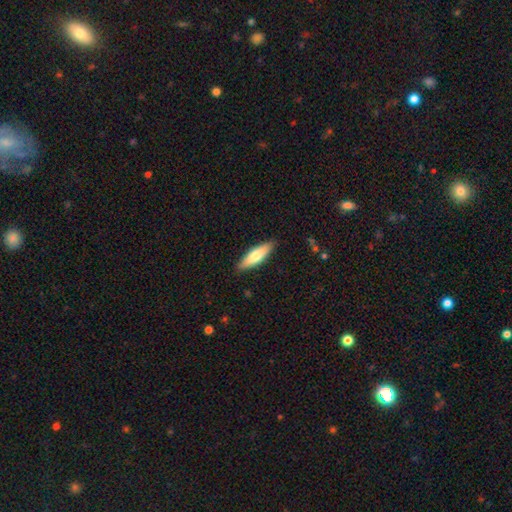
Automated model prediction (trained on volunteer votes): This is likely a smooth galaxy (70%). How rounded: possibly cigar-shaped (54%). Merging: clearly none (88%).